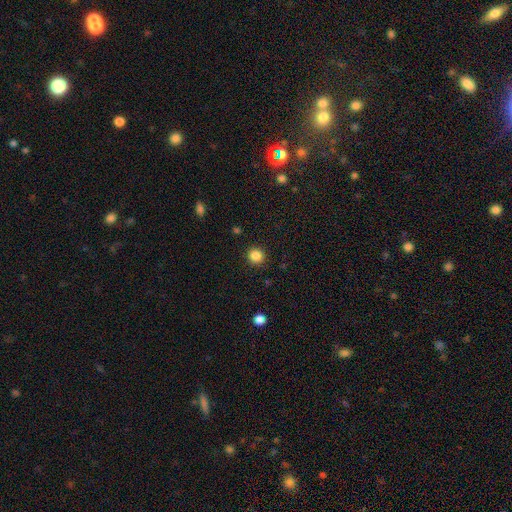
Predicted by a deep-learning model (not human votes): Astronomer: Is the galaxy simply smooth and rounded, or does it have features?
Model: smooth — 86%.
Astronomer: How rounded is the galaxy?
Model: round — 93%.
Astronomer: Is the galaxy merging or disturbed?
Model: none — 91%.